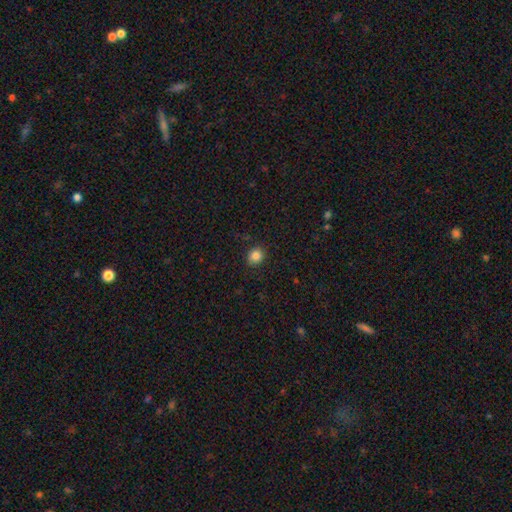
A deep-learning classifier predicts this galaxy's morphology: Smooth or featured?
  - smooth: 85% *
  - star or artifact: 11%
  - featured or disk: 5%
How rounded?
  - round: 70% *
  - in between: 29%
  - cigar-shaped: 1%
Merging?
  - none: 87% *
  - minor disturbance: 9%
  - major disturbance: 2%
  - merger: 1%